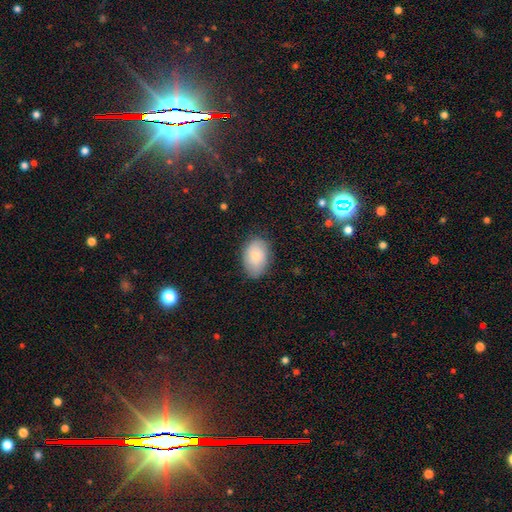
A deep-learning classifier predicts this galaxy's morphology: smooth-or-featured: smooth: 79% | featured or disk: 14% | star or artifact: 7%
  how-rounded: in between: 87% | round: 12% | cigar-shaped: 1%
  merging: none: 78% | minor disturbance: 17% | major disturbance: 4% | merger: 1%